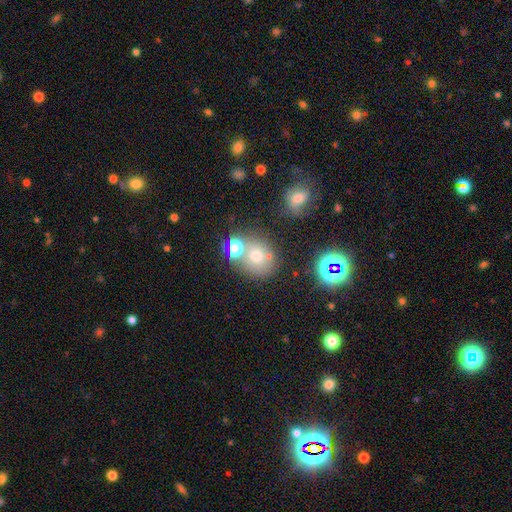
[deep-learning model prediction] This is likely a smooth galaxy (62%). How rounded: likely round (74%). Merging: possibly none (56%).